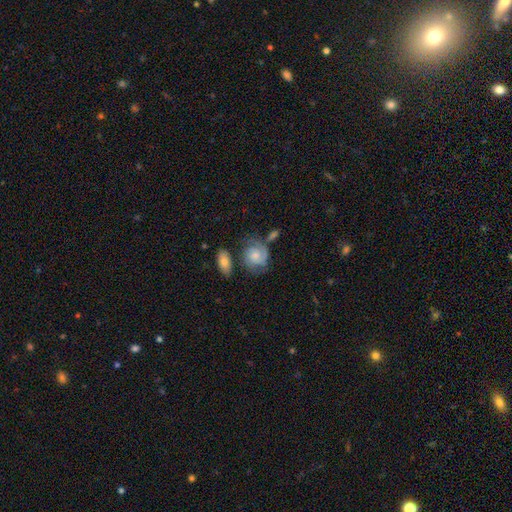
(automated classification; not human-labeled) A featured or disk galaxy (72%) with no bar (72%), 2 (70%) tight (56%) spiral arms (94%) and a moderate central bulge (42%).

Vote fractions:
- Smooth or featured? featured or disk: 72% / smooth: 22% / star or artifact: 6%
- Edge-on disk? no: 97% / yes: 3%
- Bar? no: 72% / weak: 24% / strong: 4%
- Spiral arms? yes: 94% / no: 6%
- Spiral winding? tight: 56% / medium: 34% / loose: 10%
- Spiral arm count? 2: 70% / can't tell: 12% / 1: 7% / 3: 7% / 4: 2% / more than 4: 2%
- Bulge size? moderate: 42% / small: 37% / none: 10% / large: 9% / dominant: 2%
- Merging? none: 54% / minor disturbance: 21% / major disturbance: 12% / merger: 12%